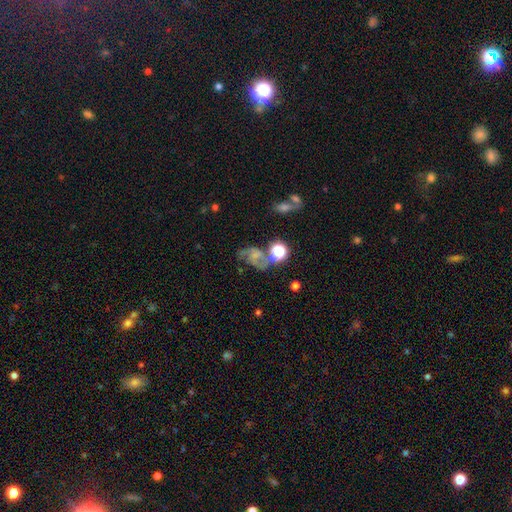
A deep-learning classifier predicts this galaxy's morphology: This appears to be a featured or disk galaxy (52%). Merging: none (41%).